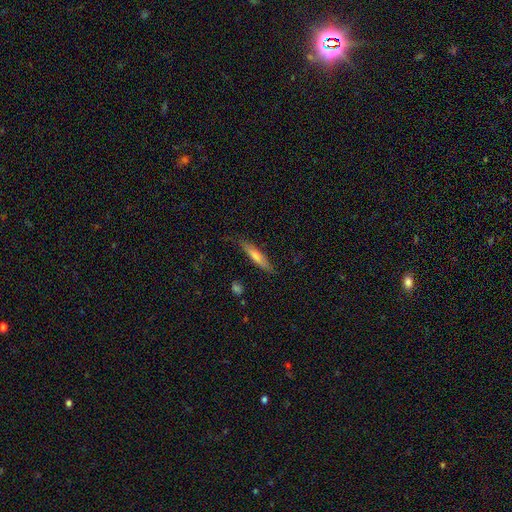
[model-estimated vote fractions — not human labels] This appears to be a smooth galaxy with no disk features (57%) that is cigar-shaped (90%). Merging: none (82%).